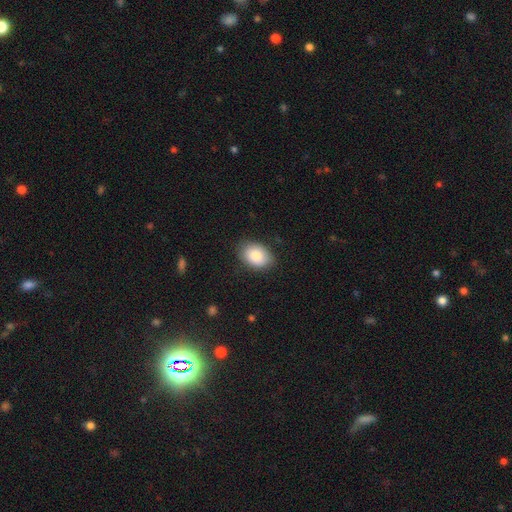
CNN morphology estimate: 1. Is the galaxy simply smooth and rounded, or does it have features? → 85% smooth, 8% featured or disk, 7% star or artifact.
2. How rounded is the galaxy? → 81% in between, 18% round, 1% cigar-shaped.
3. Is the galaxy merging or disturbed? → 83% none, 13% minor disturbance, 3% major disturbance, 1% merger.